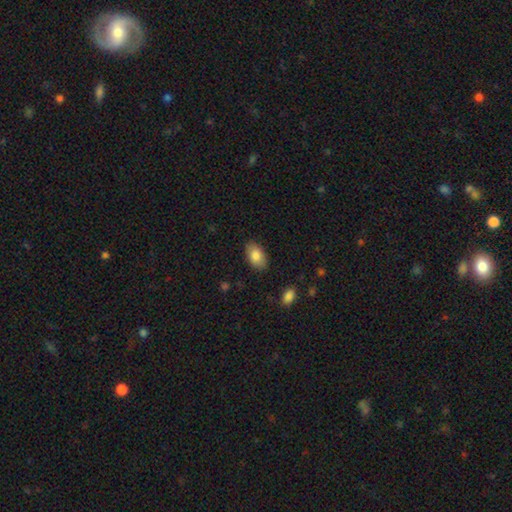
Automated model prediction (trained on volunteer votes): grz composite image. It shows a smooth galaxy with no disk features (83%) that is in between round and cigar-shaped (92%). Merging: none (86%).